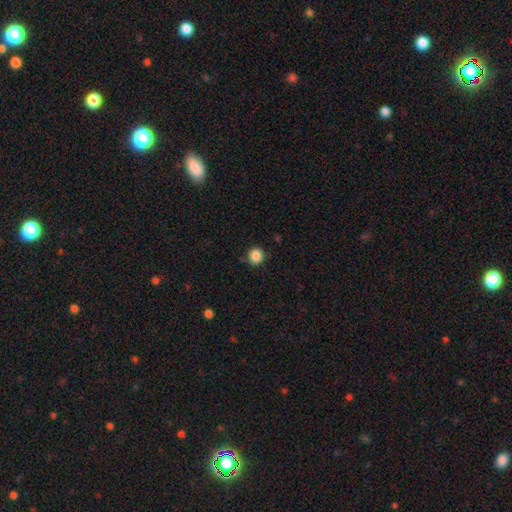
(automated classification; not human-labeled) The model was most divided on "smooth or featured": smooth: 87%, star or artifact: 10%, featured or disk: 3%. More confident: how rounded — round (93%); merging — none (88%).